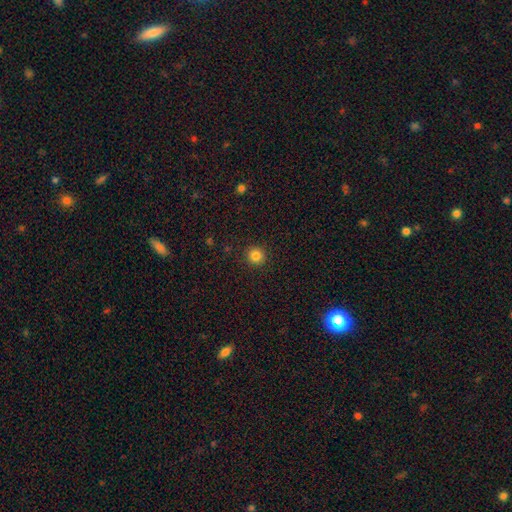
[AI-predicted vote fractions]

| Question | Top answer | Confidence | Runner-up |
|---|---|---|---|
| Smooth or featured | smooth | 84% | star or artifact (12%) |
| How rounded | round | 94% | in between (5%) |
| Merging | none | 92% | minor disturbance (5%) |